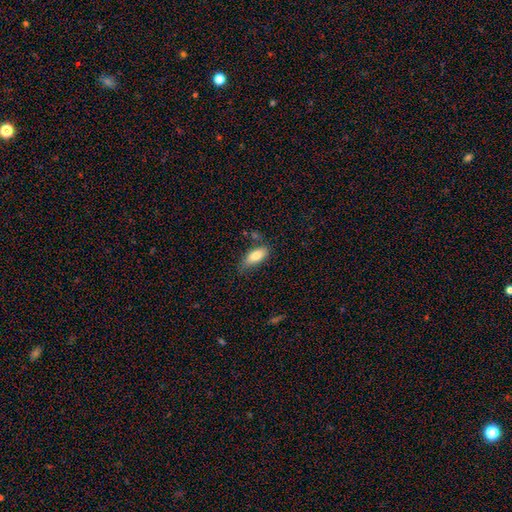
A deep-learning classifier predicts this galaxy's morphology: Smooth or featured?
  - smooth: 80% *
  - featured or disk: 13%
  - star or artifact: 7%
How rounded?
  - in between: 85% *
  - cigar-shaped: 13%
  - round: 2%
Merging?
  - none: 66% *
  - minor disturbance: 24%
  - major disturbance: 5%
  - merger: 5%